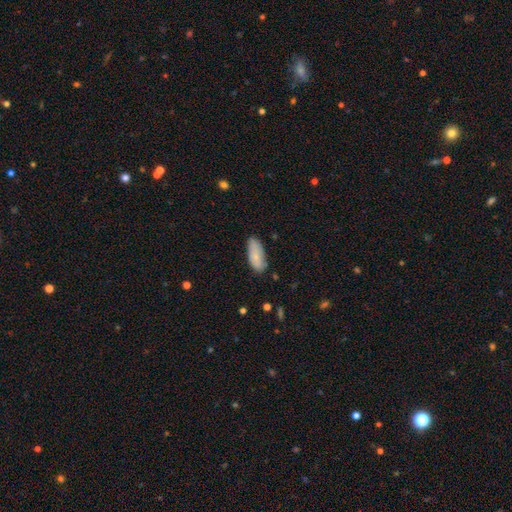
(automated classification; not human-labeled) Overall: smooth (79%). How rounded: in between (87%). Merging: none (72%).